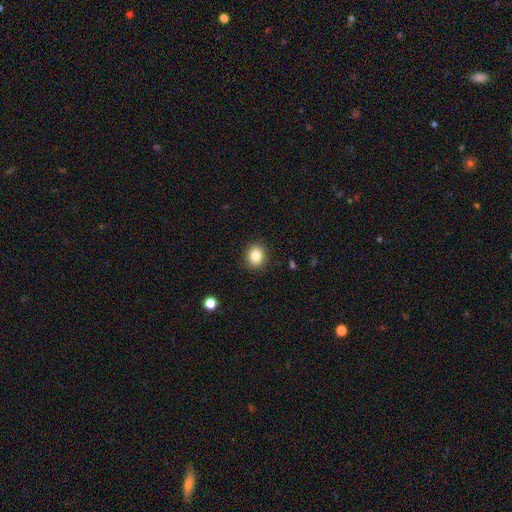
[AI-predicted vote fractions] This is clearly a smooth galaxy (84%). How rounded: likely round (67%). Merging: clearly none (90%).